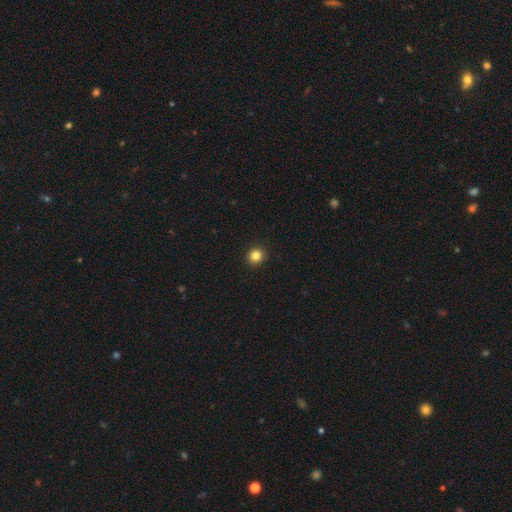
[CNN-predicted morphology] smooth 84%, star or artifact 12%, featured or disk 4%. Down the decision tree: how rounded — round (92%); merging — none (93%).